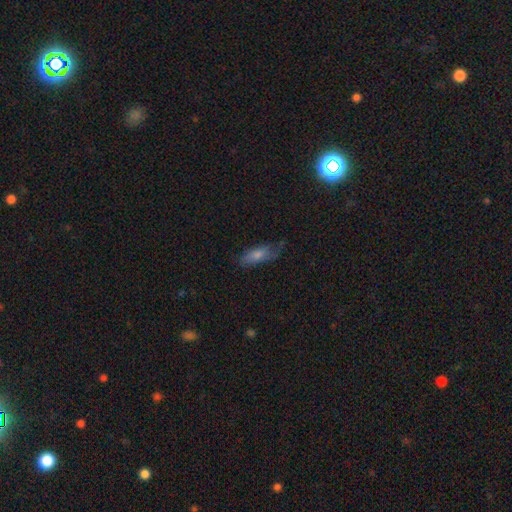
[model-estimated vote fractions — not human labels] Q: Smooth or featured?
A: smooth (63%); runner-up: featured or disk (25%)
Q: How rounded?
A: in between (60%); runner-up: cigar-shaped (37%)
Q: Merging?
A: none (60%); runner-up: minor disturbance (28%)